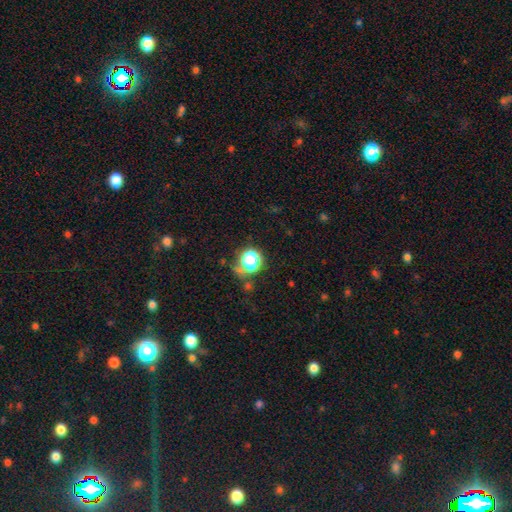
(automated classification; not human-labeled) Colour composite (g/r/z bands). It shows a star or artifact, not a galaxy (50%).